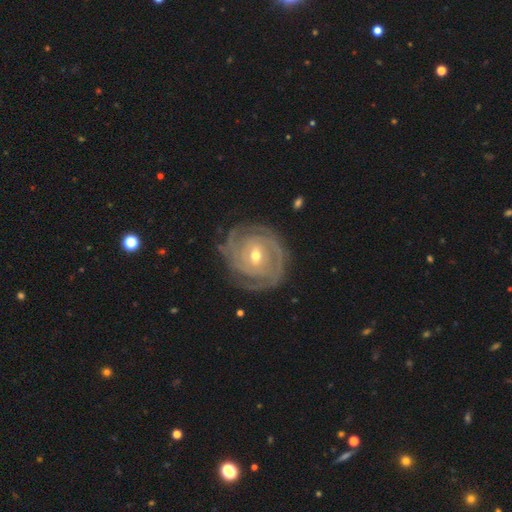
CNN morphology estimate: A featured or disk galaxy (90%) with a weak bar (44%), 2 (28%) tight (81%) spiral arms (97%) and a moderate central bulge (57%). Merging: none (79%).